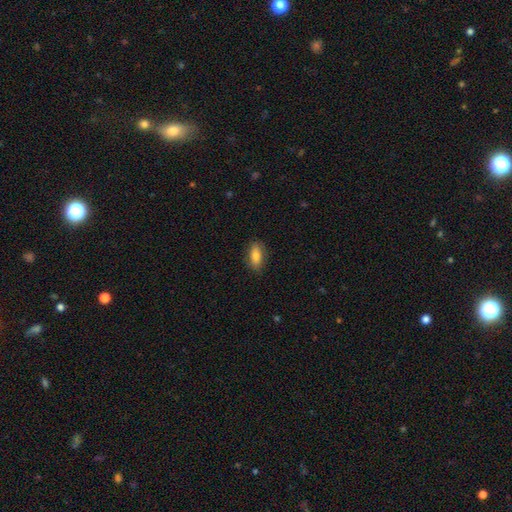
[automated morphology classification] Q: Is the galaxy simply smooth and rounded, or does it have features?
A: smooth — 81%.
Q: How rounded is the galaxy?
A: in between — 85%.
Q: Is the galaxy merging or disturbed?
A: none — 85%.